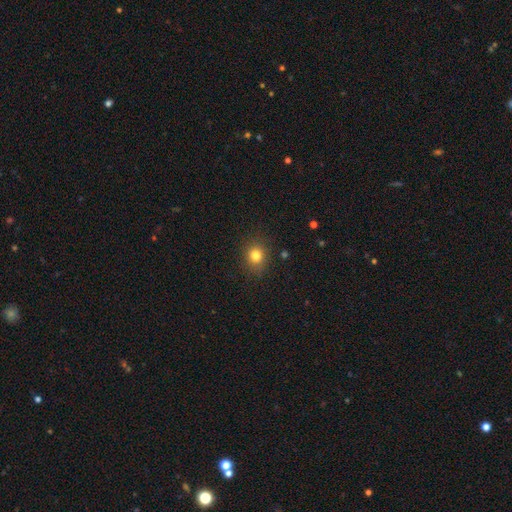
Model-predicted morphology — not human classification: This is clearly a smooth galaxy (80%). How rounded: likely round (75%). Merging: clearly none (86%).